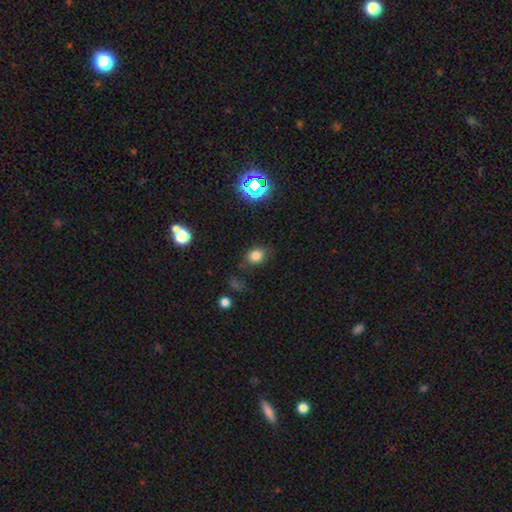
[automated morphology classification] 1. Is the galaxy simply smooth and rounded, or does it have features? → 77% smooth, 15% star or artifact, 7% featured or disk.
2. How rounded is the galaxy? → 51% in between, 48% round, 1% cigar-shaped.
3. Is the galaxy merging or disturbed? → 73% none, 17% minor disturbance, 7% major disturbance, 3% merger.